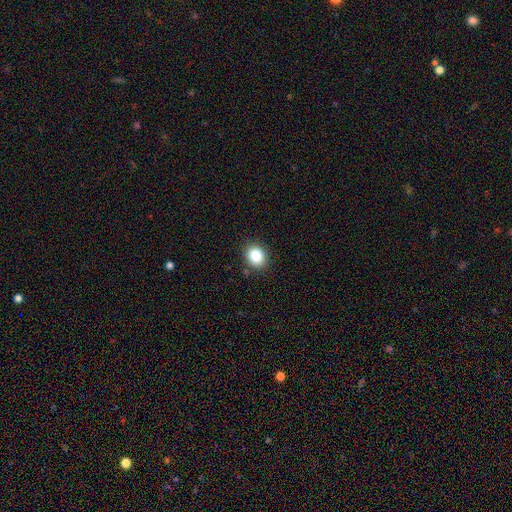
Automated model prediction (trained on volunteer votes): Morphology: type=smooth (87%); roundness=round (55%); merging=none (87%).